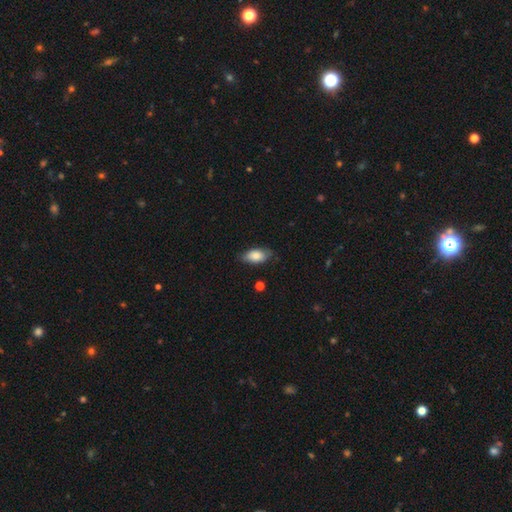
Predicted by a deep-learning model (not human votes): Morphology: type=smooth (81%); roundness=in between (90%); merging=none (73%).